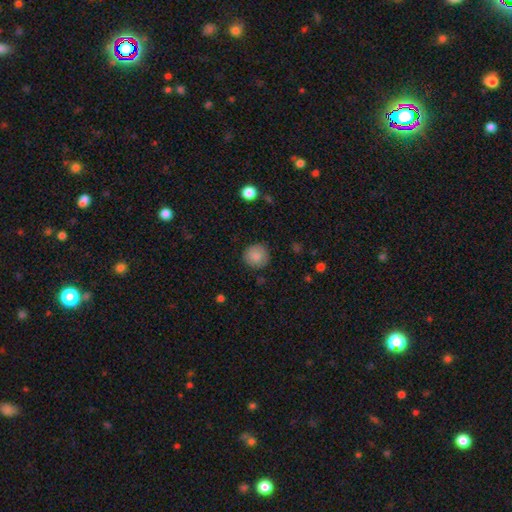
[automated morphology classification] The model was most divided on "smooth or featured": smooth: 86%, star or artifact: 8%, featured or disk: 6%. More confident: how rounded — round (93%); merging — none (87%).